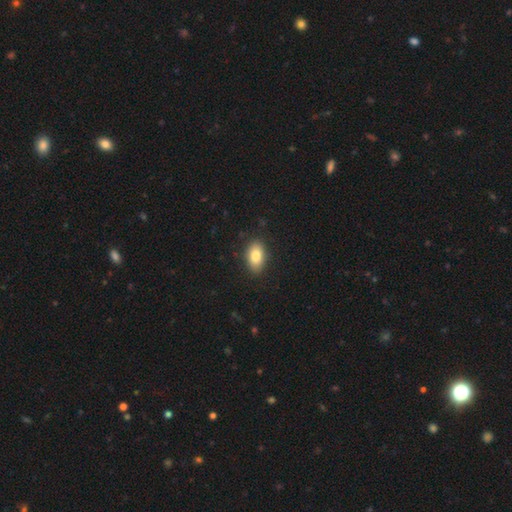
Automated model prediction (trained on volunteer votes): Q: Smooth or featured?
A: smooth (83%); runner-up: featured or disk (10%)
Q: How rounded?
A: in between (91%); runner-up: round (7%)
Q: Merging?
A: none (87%); runner-up: minor disturbance (9%)